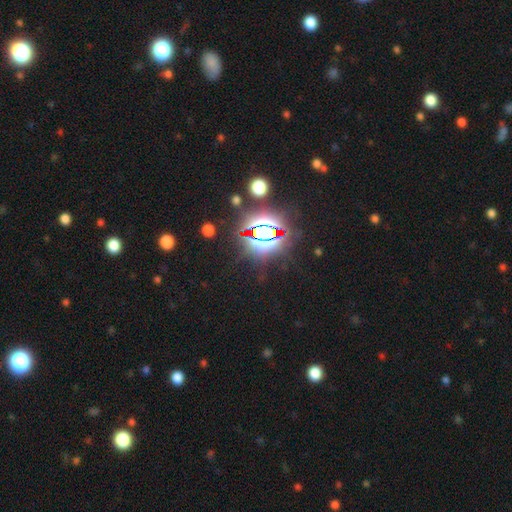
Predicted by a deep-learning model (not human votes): Smooth or featured? star or artifact (83%)